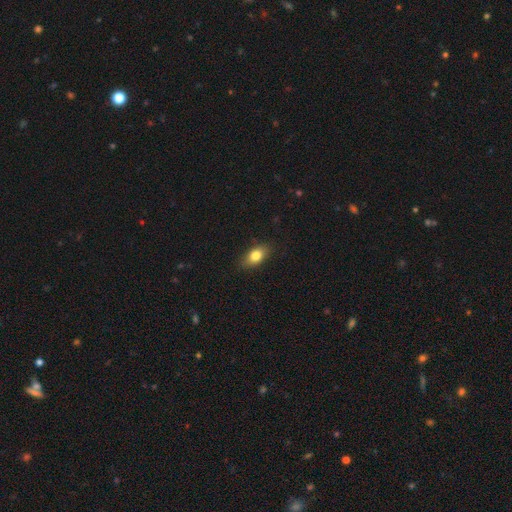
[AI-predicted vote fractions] A smooth galaxy with no disk features (80%) that is in between round and cigar-shaped (84%).

Vote fractions:
- Smooth or featured? smooth: 80% / featured or disk: 12% / star or artifact: 8%
- How rounded? in between: 84% / round: 10% / cigar-shaped: 6%
- Merging? none: 85% / minor disturbance: 11% / major disturbance: 2% / merger: 1%